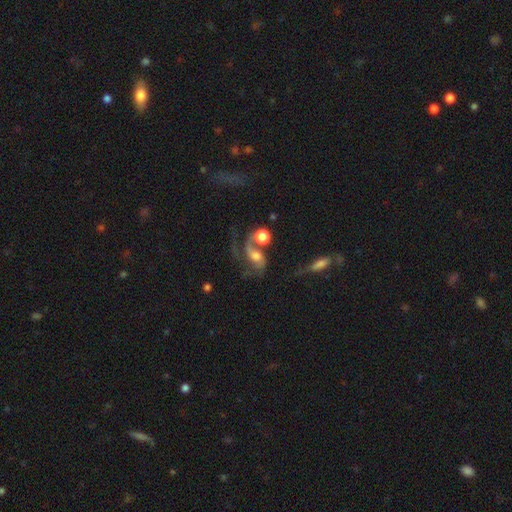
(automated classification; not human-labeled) Smooth or featured? Predicted: featured or disk (p=0.72). Edge-on disk? Predicted: no (p=0.96). Bar? Predicted: no (p=0.58). Spiral arms? Predicted: yes (p=0.91). Spiral winding? Predicted: loose (p=0.59). Spiral arm count? Predicted: 2 (p=0.69). Bulge size? Predicted: moderate (p=0.53). Merging? Predicted: merger (p=0.32).